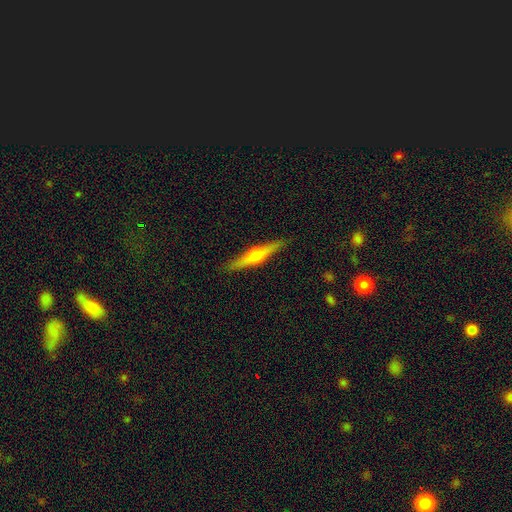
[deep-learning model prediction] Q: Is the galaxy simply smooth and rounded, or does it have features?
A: featured or disk — 66%.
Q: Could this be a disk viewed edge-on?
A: yes — 97%.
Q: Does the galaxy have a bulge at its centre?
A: rounded — 90%.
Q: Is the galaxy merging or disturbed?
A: none — 90%.